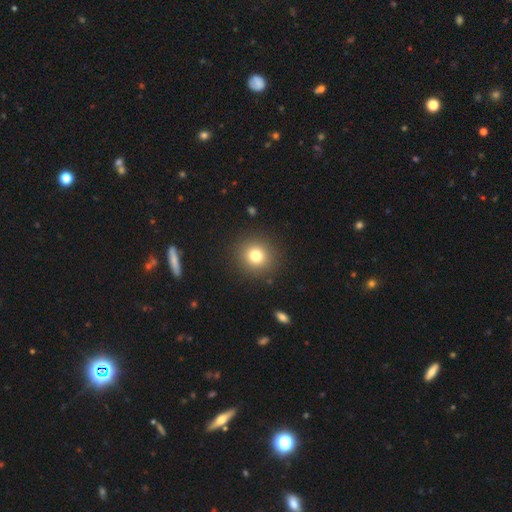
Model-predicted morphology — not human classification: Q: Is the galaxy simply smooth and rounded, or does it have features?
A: smooth — 78%.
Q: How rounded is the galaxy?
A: round — 91%.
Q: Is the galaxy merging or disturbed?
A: none — 90%.